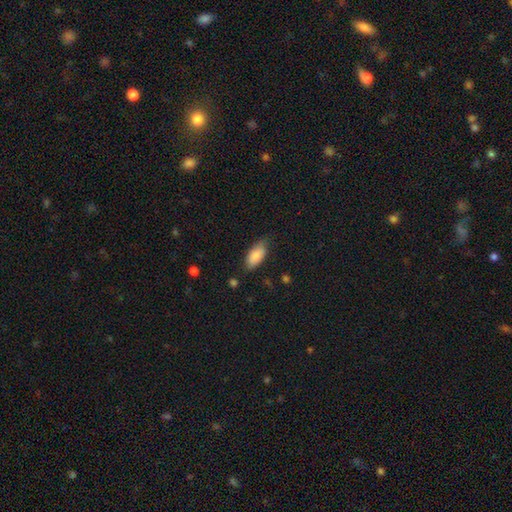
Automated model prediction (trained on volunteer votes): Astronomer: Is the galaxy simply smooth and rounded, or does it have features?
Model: smooth — 84%.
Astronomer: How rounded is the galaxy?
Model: in between — 90%.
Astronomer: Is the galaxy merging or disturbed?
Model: none — 71%.